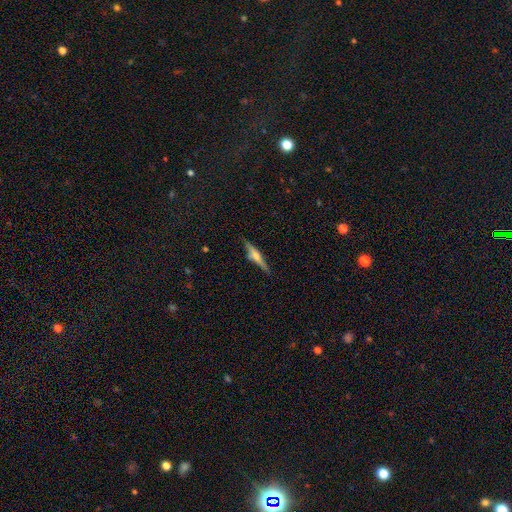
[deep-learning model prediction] Overall: featured or disk (65%; smooth 28%). Edge-on disk: yes (95%). Edge-on bulge: rounded (82%). Merging: none (80%).